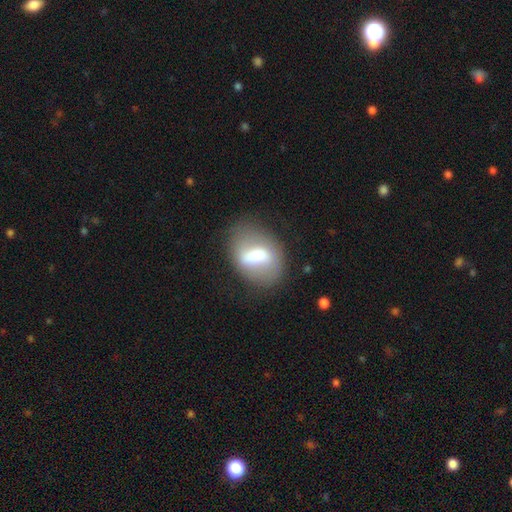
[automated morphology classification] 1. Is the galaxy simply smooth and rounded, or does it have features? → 50% smooth, 42% featured or disk, 8% star or artifact.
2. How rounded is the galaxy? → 69% in between, 28% round, 2% cigar-shaped.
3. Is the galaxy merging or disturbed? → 70% none, 18% minor disturbance, 11% major disturbance, 2% merger.